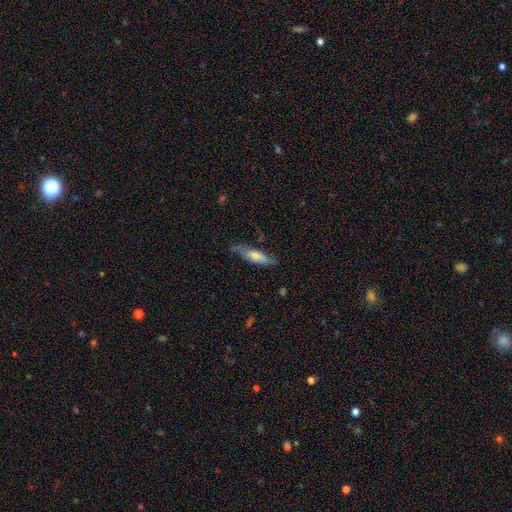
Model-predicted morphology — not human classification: This is possibly a smooth galaxy (46%, tied with featured or disk). Merging: likely none (73%).